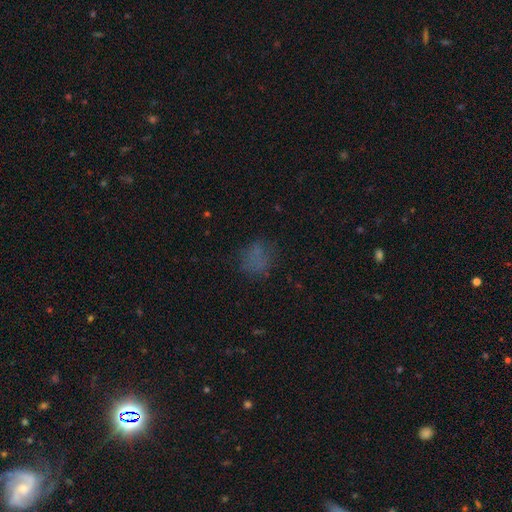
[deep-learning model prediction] This is likely a smooth galaxy (63%). How rounded: likely round (63%). Merging: likely none (69%).